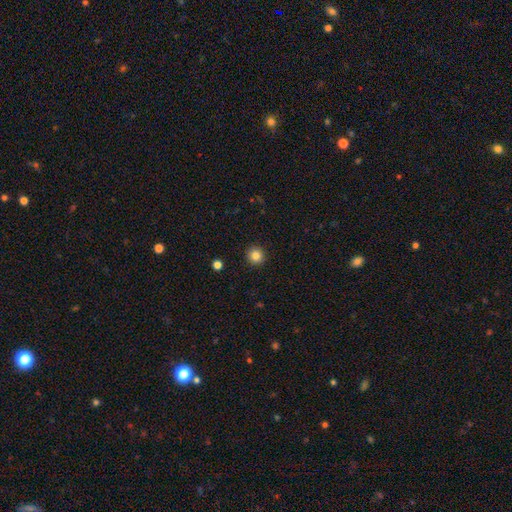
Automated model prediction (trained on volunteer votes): Smooth or featured? smooth (83%)
How rounded? round (95%)
Merging? none (93%)